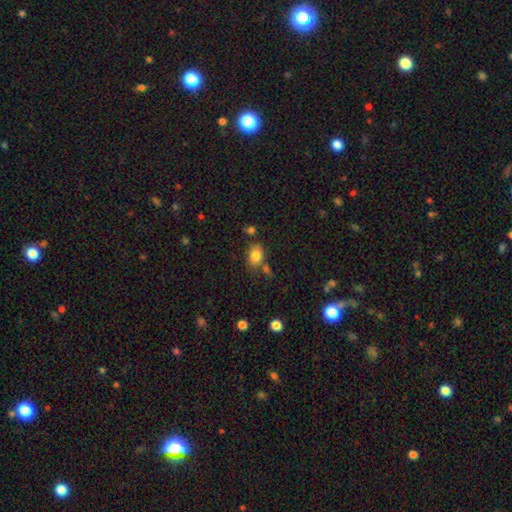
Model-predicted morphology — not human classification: A smooth galaxy with no disk features (83%) that is in between round and cigar-shaped (77%). Merging: none (63%).